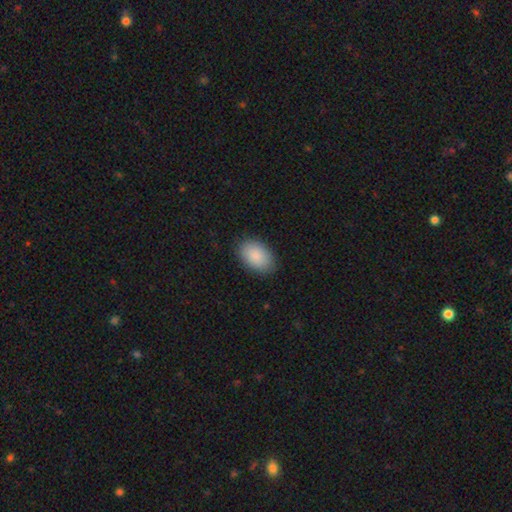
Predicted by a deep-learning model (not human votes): smooth-or-featured: smooth: 89% | star or artifact: 6% | featured or disk: 5%
  how-rounded: in between: 91% | round: 8% | cigar-shaped: 1%
  merging: none: 87% | minor disturbance: 10% | major disturbance: 2% | merger: 1%